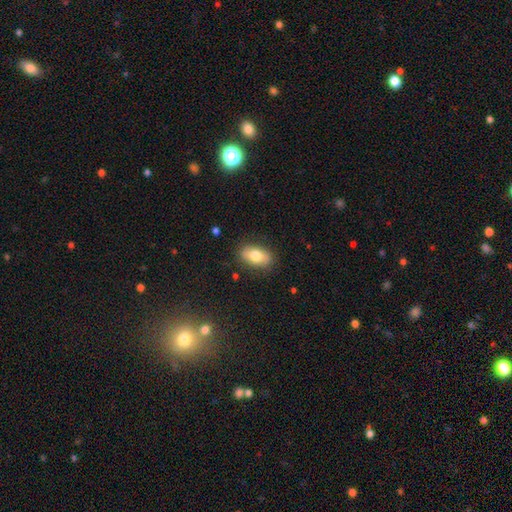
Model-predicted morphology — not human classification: Q: Smooth or featured?
A: smooth (74%); runner-up: featured or disk (19%)
Q: How rounded?
A: in between (90%); runner-up: round (7%)
Q: Merging?
A: none (84%); runner-up: minor disturbance (12%)